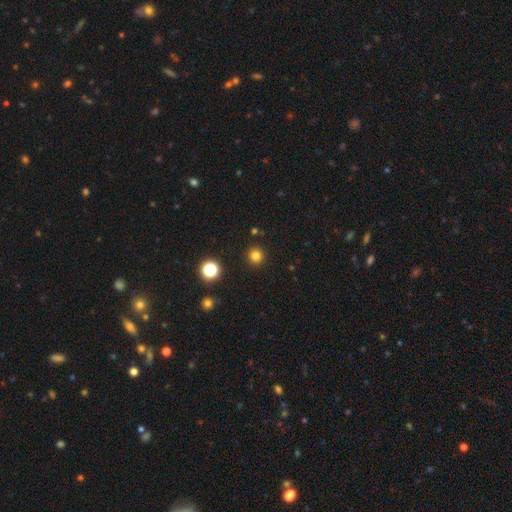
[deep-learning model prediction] Smooth or featured?
  - smooth: 80% *
  - star or artifact: 15%
  - featured or disk: 5%
How rounded?
  - round: 95% *
  - in between: 4%
  - cigar-shaped: 1%
Merging?
  - none: 92% *
  - minor disturbance: 5%
  - major disturbance: 2%
  - merger: 2%